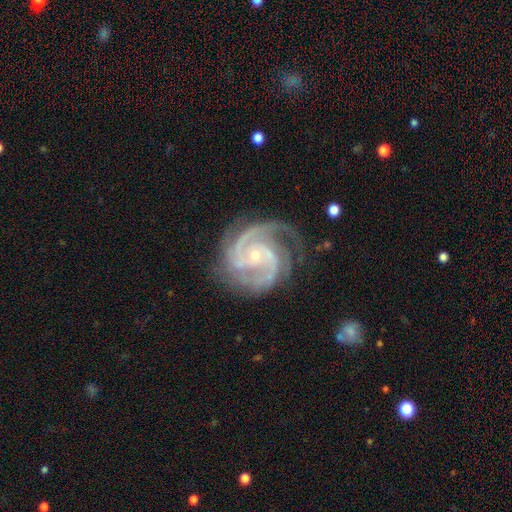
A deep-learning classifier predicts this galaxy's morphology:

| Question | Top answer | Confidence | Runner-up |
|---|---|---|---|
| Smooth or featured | featured or disk | 93% | star or artifact (4%) |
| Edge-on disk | no | 98% | yes (2%) |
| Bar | no | 61% | weak (29%) |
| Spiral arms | yes | 99% | no (1%) |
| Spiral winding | tight | 52% | medium (44%) |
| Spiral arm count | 3 | 43% | 2 (34%) |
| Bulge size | small | 80% | moderate (16%) |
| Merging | none | 71% | minor disturbance (19%) |